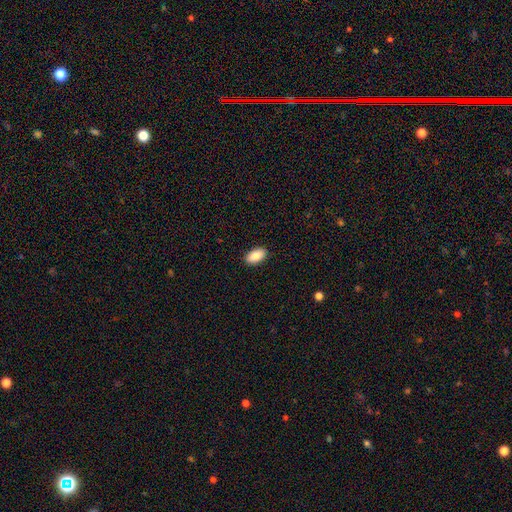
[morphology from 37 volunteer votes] smooth 95%, featured or disk 3%, star or artifact 3%. Down the decision tree: how rounded — in between (97%); merging — none (92%).